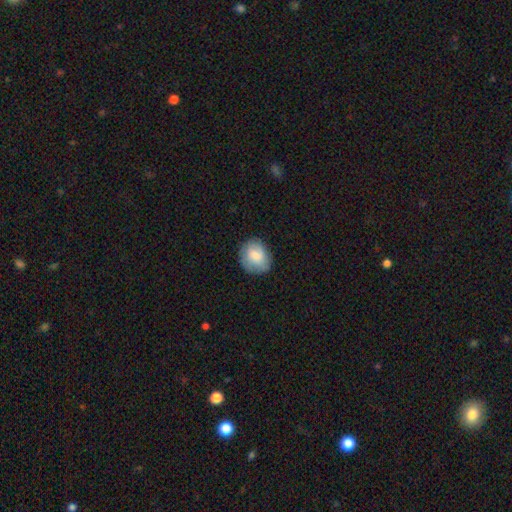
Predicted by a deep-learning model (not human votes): smooth 77%, featured or disk 16%, star or artifact 7%. Down the decision tree: how rounded — round (60%); merging — none (78%).